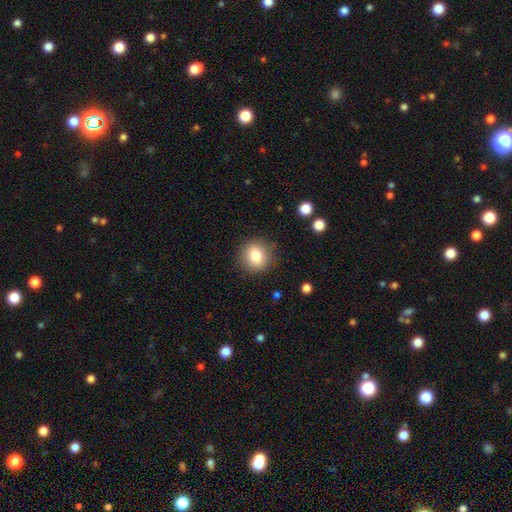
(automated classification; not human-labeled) Smooth or featured? smooth (81%)
How rounded? round (88%)
Merging? none (87%)